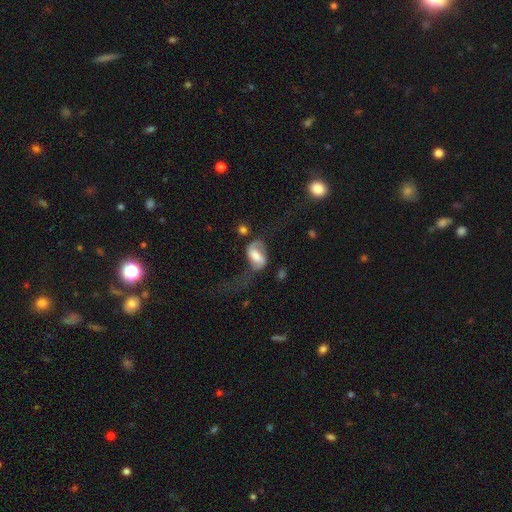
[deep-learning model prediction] Smooth or featured?
  - featured or disk: 56% *
  - smooth: 36%
  - star or artifact: 8%
Edge-on disk?
  - no: 95% *
  - yes: 5%
Bar?
  - weak: 41% *
  - strong: 37%
  - no: 22%
Spiral arms?
  - yes: 74% *
  - no: 26%
Bulge size?
  - moderate: 42% *
  - large: 26%
  - small: 17%
  - none: 11%
  - dominant: 5%
Merging?
  - major disturbance: 44% *
  - none: 30%
  - minor disturbance: 19%
  - merger: 7%